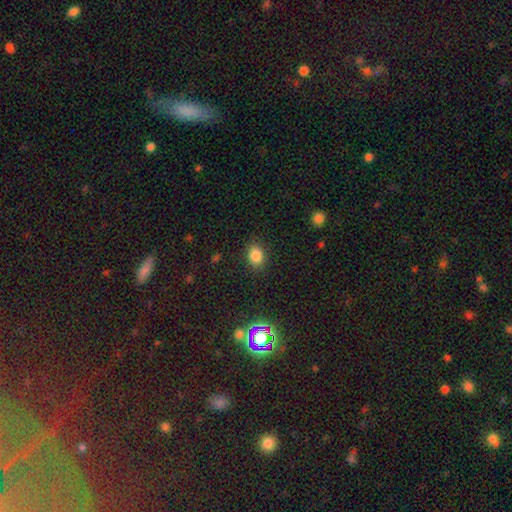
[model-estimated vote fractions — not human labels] A smooth galaxy with no disk features (82%) that is in between round and cigar-shaped (53%). Merging: none (86%).